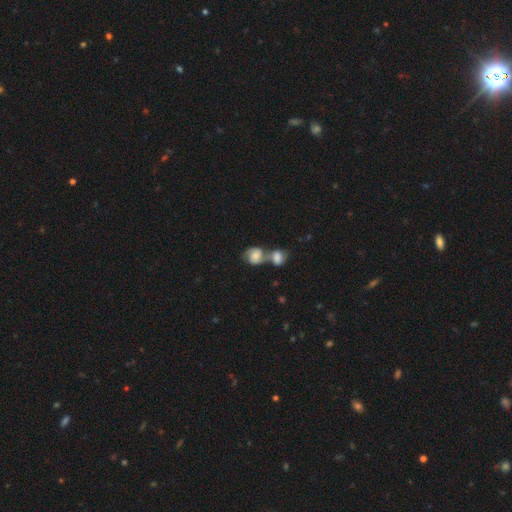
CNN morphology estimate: smooth_or_featured: smooth (p=0.58) [alt: featured or disk p=0.34]
how_rounded: round (p=0.58) [alt: in between p=0.40]
merging: merger (p=0.65) [alt: none p=0.21]